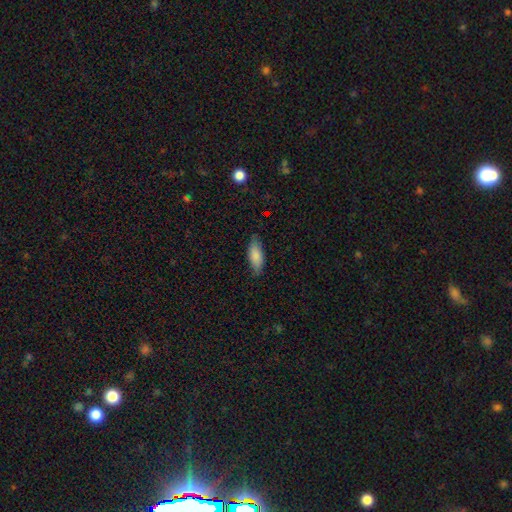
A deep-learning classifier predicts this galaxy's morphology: Smooth or featured? Predicted: smooth (p=0.84). How rounded? Predicted: in between (p=0.72). Merging? Predicted: none (p=0.78).